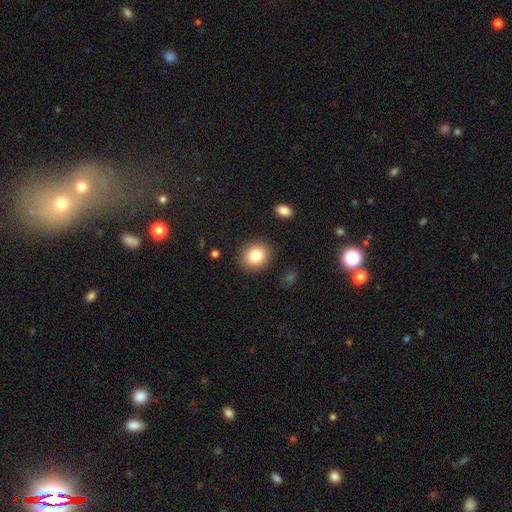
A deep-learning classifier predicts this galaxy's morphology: A smooth galaxy with no disk features (82%) that is round (71%). Merging: none (88%).